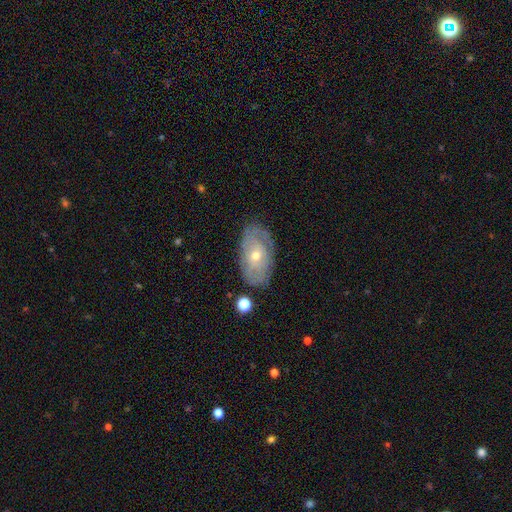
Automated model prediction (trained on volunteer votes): This is likely a featured or disk galaxy (63%). It is clearly not viewed edge-on (92%). Bar: clearly no (81%). Spiral arm pattern: likely yes (64%). Central bulge: possibly small (53%). Merging: likely none (74%).